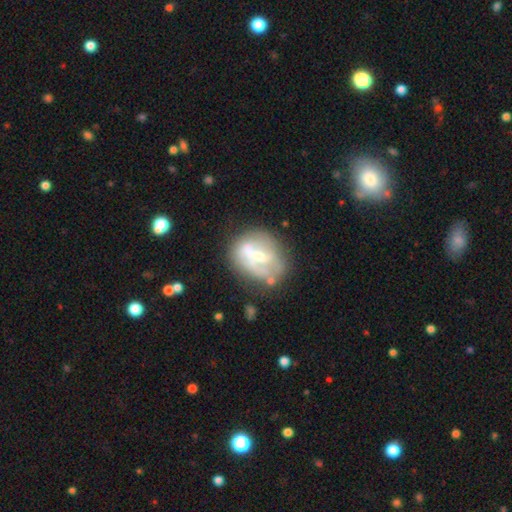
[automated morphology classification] smooth_or_featured: featured or disk (p=0.60) [alt: smooth p=0.32]
disk_edge_on: no (p=0.96) [alt: yes p=0.04]
bar: no (p=0.42) [alt: weak p=0.36]
has_spiral_arms: no (p=0.63) [alt: yes p=0.37]
bulge_size: small (p=0.48) [alt: moderate p=0.40]
merging: none (p=0.52) [alt: minor disturbance p=0.23]